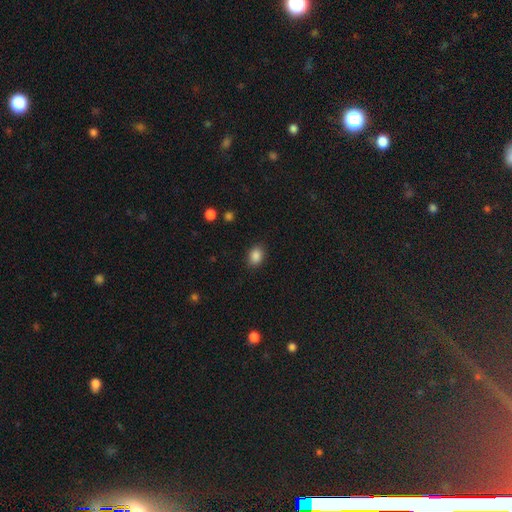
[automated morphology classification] A smooth galaxy with no disk features (87%) that is in between round and cigar-shaped (68%). Merging: none (86%).